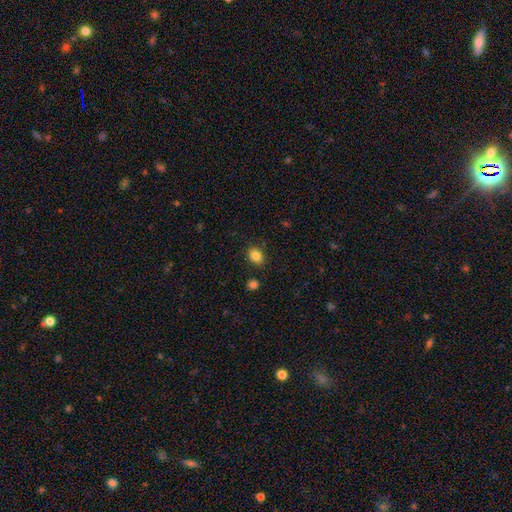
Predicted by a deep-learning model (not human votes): A smooth galaxy with no disk features (85%) that is in between round and cigar-shaped (50%). Merging: none (85%).